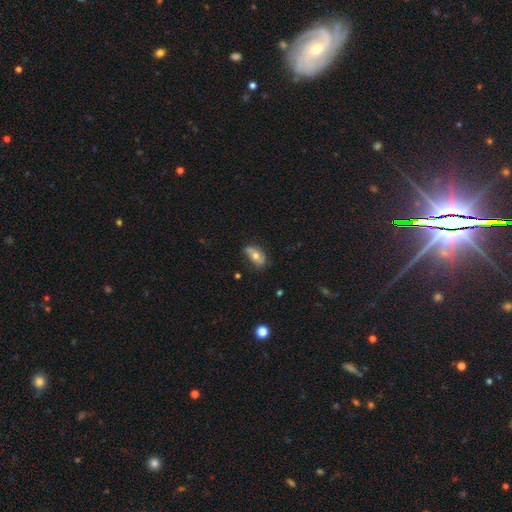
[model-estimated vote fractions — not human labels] Smooth or featured? Predicted: smooth (p=0.54). How rounded? Predicted: in between (p=0.87). Merging? Predicted: none (p=0.52).